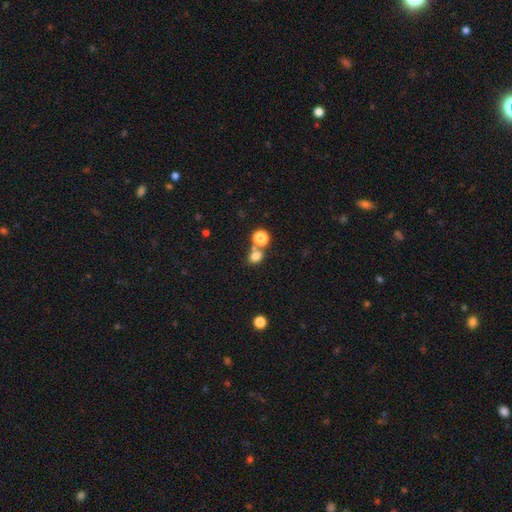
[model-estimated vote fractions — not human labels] Morphology: type=smooth (78%); roundness=round (58%); merging=none (52%).